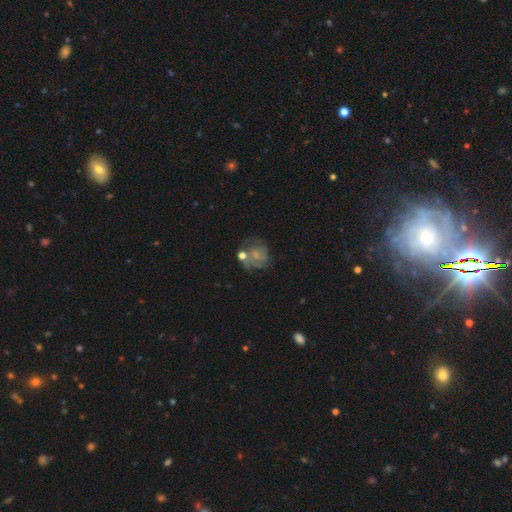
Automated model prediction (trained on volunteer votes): Smooth or featured: featured or disk — 55% (smooth — 34%)
Edge-on disk: no — 98% (yes — 2%)
Bar: no — 77% (weak — 20%)
Spiral arms: yes — 67% (no — 33%)
Bulge size: small — 45% (none — 25%)
Merging: none — 47% (minor disturbance — 21%)